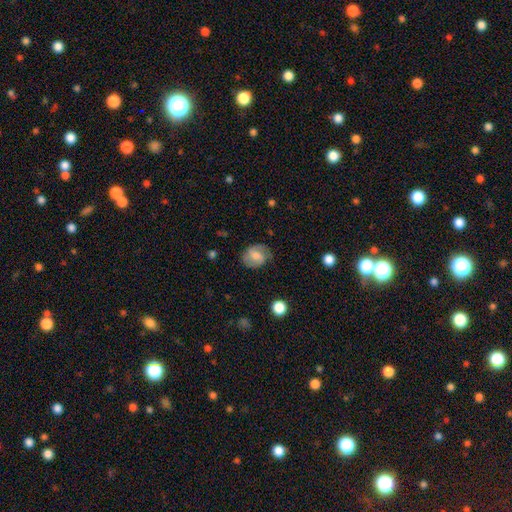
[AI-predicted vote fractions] smooth 46% (tied), featured or disk 46% (tied), star or artifact 8%. Down the decision tree: merging — none (69%).